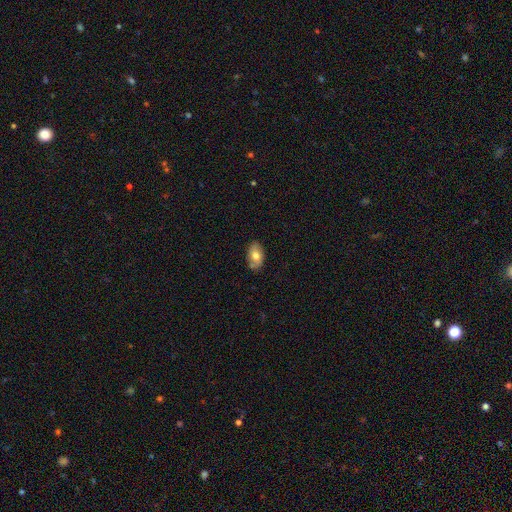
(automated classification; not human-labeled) The model was most divided on "smooth or featured": smooth: 70%, featured or disk: 23%, star or artifact: 7%. More confident: how rounded — in between (92%); merging — none (81%).